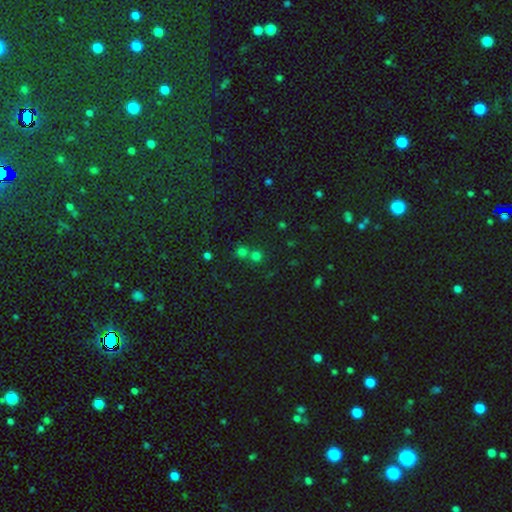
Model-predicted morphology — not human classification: This appears to be a smooth galaxy with no disk features (63%) that is round (91%). Merging: none (60%).